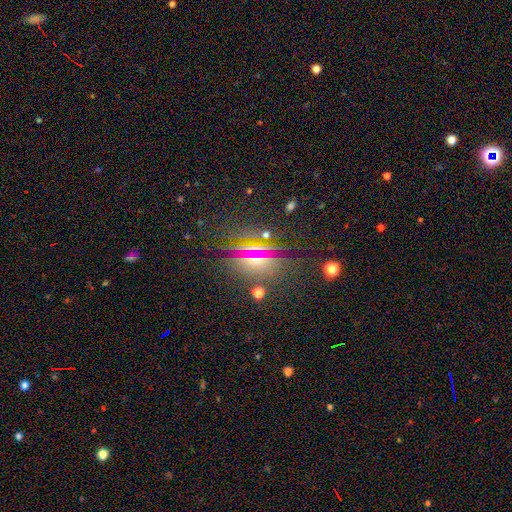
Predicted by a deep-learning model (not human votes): This appears to be a star or artifact, not a galaxy (50%).